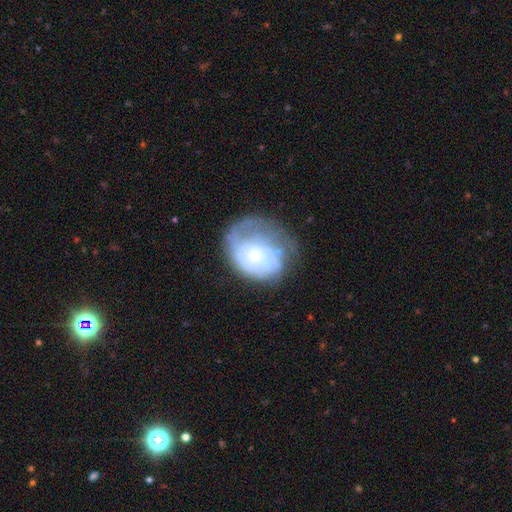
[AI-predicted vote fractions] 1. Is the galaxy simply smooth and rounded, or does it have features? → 57% featured or disk, 35% smooth, 8% star or artifact.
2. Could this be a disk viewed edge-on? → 97% no, 3% yes.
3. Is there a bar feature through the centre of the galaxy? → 78% no, 19% weak, 3% strong.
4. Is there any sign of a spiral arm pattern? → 54% yes, 46% no.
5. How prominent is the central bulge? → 40% small, 39% moderate, 10% none, 9% large, 2% dominant.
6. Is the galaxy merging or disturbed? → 40% none, 29% minor disturbance, 27% major disturbance, 4% merger.